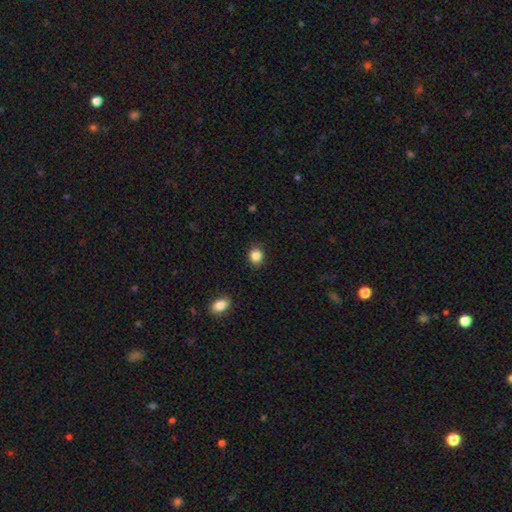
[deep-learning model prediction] smooth_or_featured: smooth (p=0.86) [alt: star or artifact p=0.10]
how_rounded: round (p=0.76) [alt: in between p=0.23]
merging: none (p=0.88) [alt: minor disturbance p=0.08]